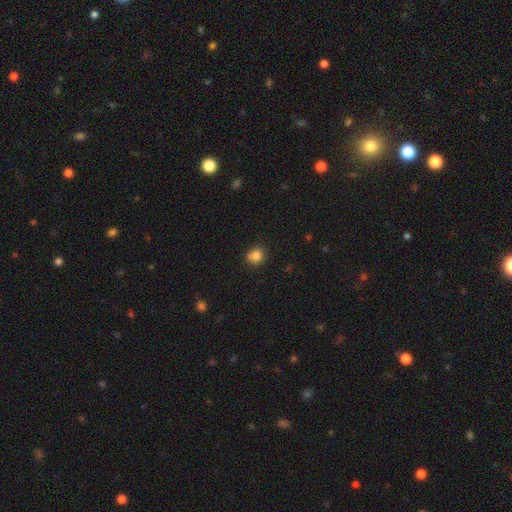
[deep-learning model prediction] Q: Smooth or featured?
A: smooth (81%); runner-up: star or artifact (12%)
Q: How rounded?
A: round (80%); runner-up: in between (19%)
Q: Merging?
A: none (65%); runner-up: minor disturbance (18%)